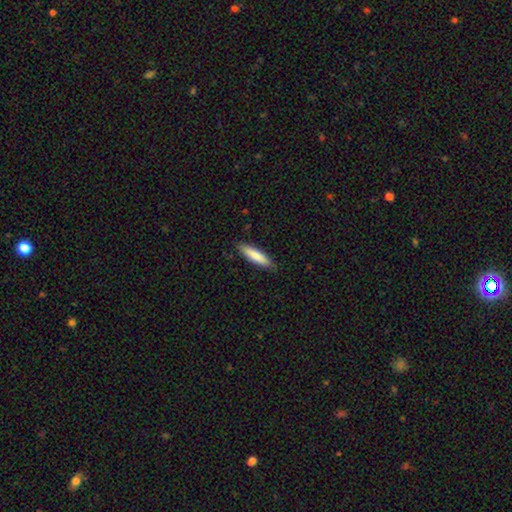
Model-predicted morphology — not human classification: Smooth or featured: smooth — 82% (featured or disk — 13%)
How rounded: cigar-shaped — 78% (in between — 21%)
Merging: none — 87% (minor disturbance — 10%)